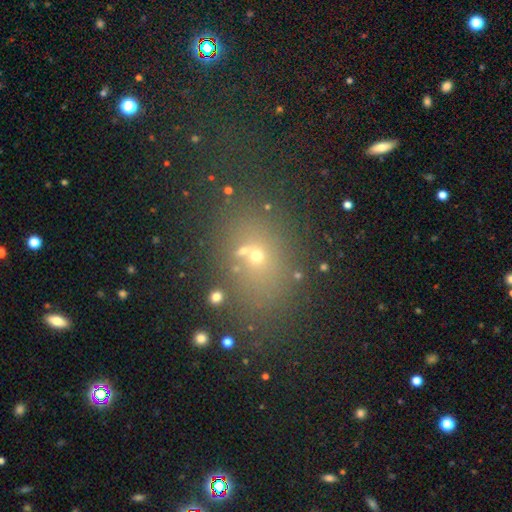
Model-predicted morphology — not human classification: smooth 52%, star or artifact 31%, featured or disk 17%. Down the decision tree: how rounded — in between (57%); merging — none (69%).